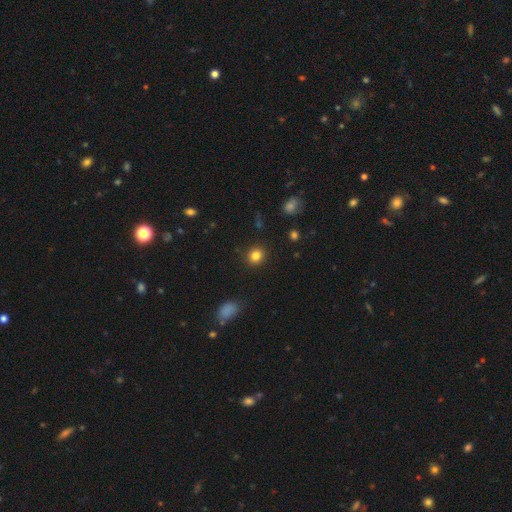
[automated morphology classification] The model was most divided on "how rounded": round: 84%, in between: 15%, cigar-shaped: 1%. More confident: merging — none (89%); smooth or featured — smooth (83%).